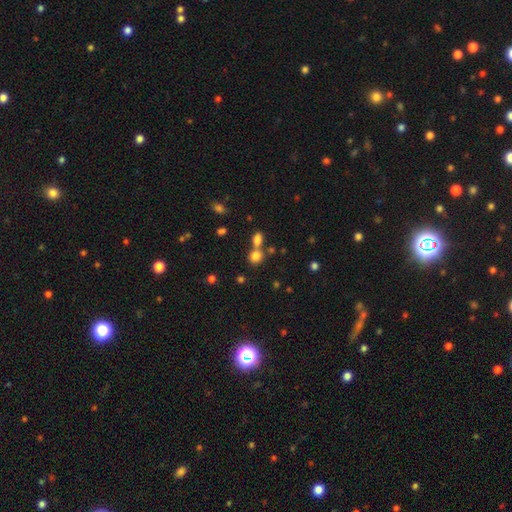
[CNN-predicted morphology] Smooth or featured: smooth — 79% (star or artifact — 14%)
How rounded: round — 68% (in between — 30%)
Merging: none — 47% (merger — 41%)